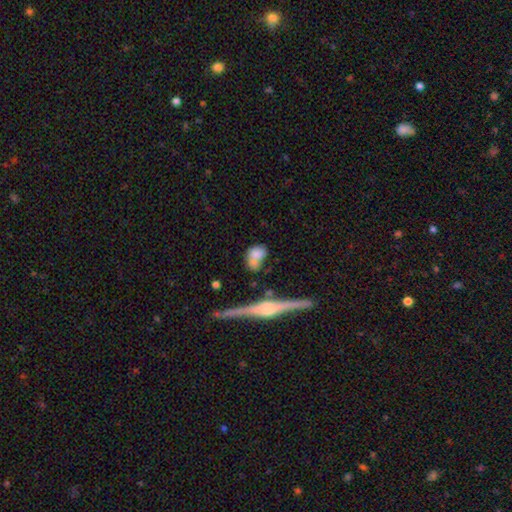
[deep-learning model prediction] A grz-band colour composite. It shows a smooth galaxy with no disk features (69%) that is in between round and cigar-shaped (67%). Merging: none (42%).